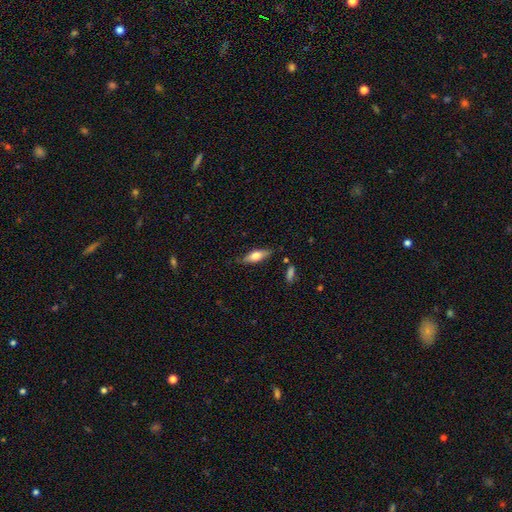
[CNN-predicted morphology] Overall: smooth (58%; featured or disk 35%). How rounded: in between (58%; cigar-shaped 39%). Merging: none (78%).